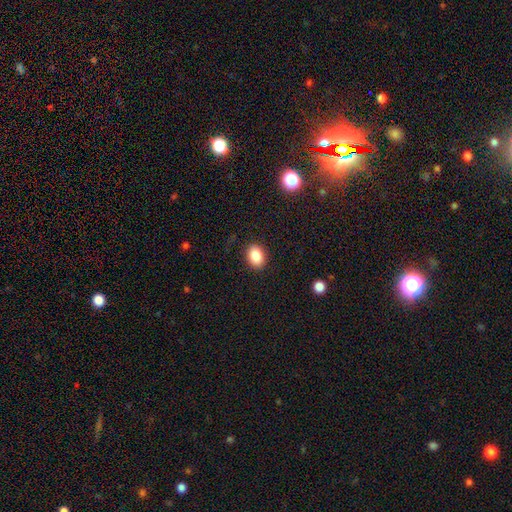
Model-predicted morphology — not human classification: This is clearly a smooth galaxy (87%). How rounded: likely in between (73%). Merging: clearly none (88%).